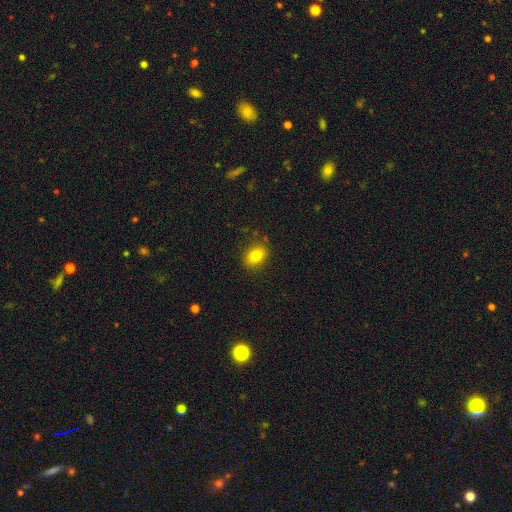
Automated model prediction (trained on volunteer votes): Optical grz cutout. It shows a smooth galaxy with no disk features (80%) that is in between round and cigar-shaped (65%). Merging: none (86%).